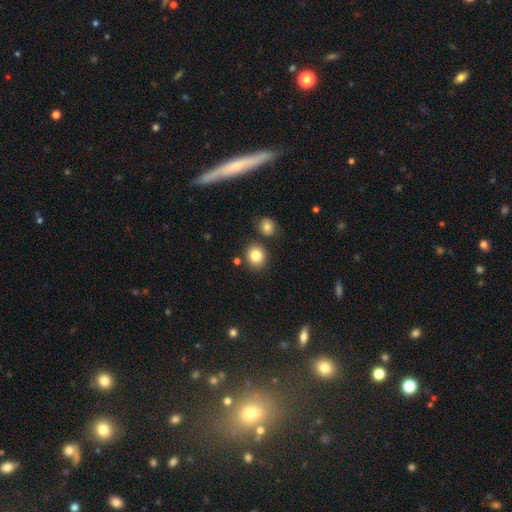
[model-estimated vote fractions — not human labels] Smooth or featured: smooth — 83% (star or artifact — 10%)
How rounded: round — 80% (in between — 19%)
Merging: none — 80% (minor disturbance — 9%)